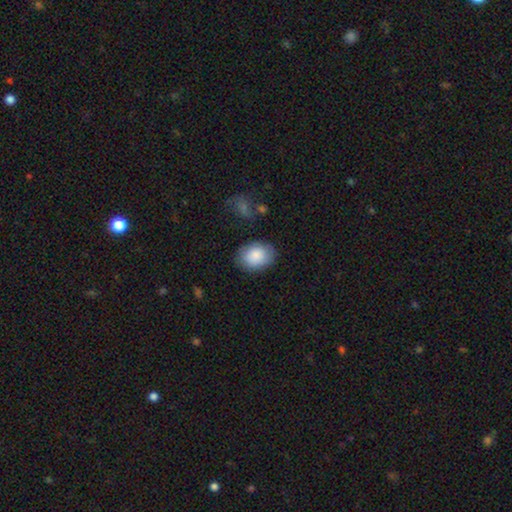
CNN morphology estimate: Smooth or featured: smooth — 86% (featured or disk — 7%)
How rounded: in between — 73% (round — 26%)
Merging: none — 78% (minor disturbance — 16%)